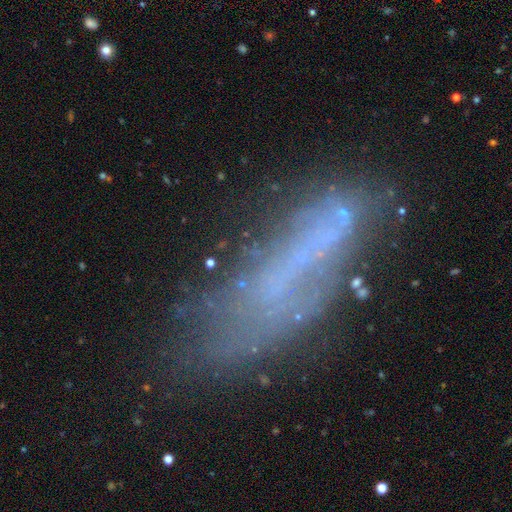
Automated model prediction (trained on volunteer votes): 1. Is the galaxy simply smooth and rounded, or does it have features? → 46% featured or disk, 38% smooth, 16% star or artifact.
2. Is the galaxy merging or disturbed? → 55% none, 24% minor disturbance, 17% major disturbance, 4% merger.